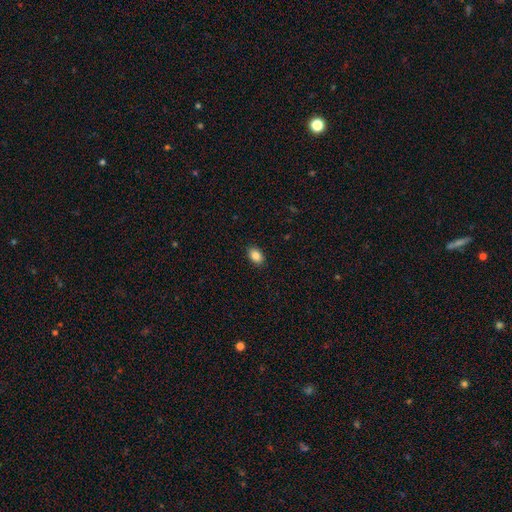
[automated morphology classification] Smooth or featured: smooth — 86% (star or artifact — 9%)
How rounded: in between — 84% (round — 14%)
Merging: none — 90% (minor disturbance — 8%)